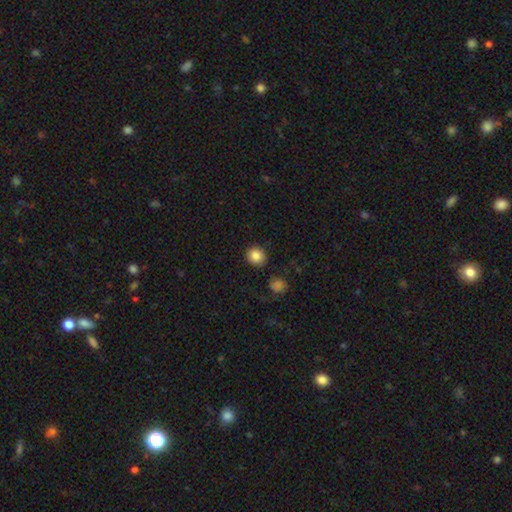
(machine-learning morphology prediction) type=smooth (86%); roundness=round (83%); merging=none (88%).